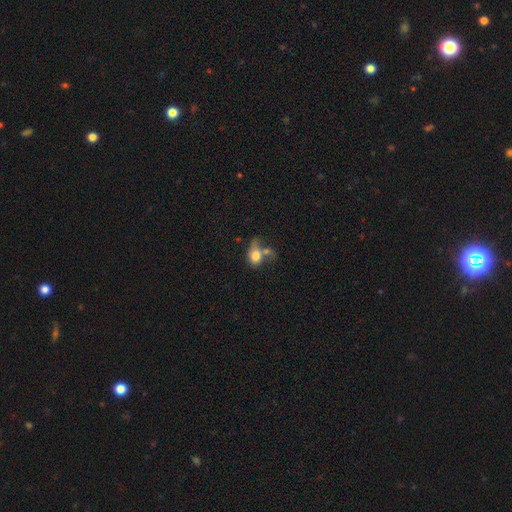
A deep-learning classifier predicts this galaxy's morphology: smooth 71%, featured or disk 20%, star or artifact 9%. Down the decision tree: how rounded — in between (58%); merging — merger (49%).